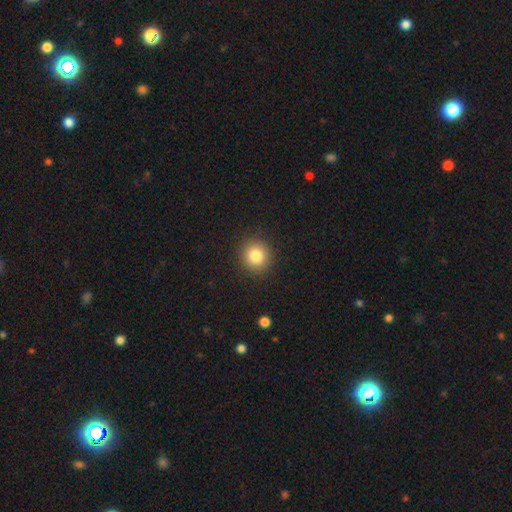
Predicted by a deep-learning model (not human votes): This is clearly a smooth galaxy (83%). How rounded: clearly round (90%). Merging: clearly none (91%).